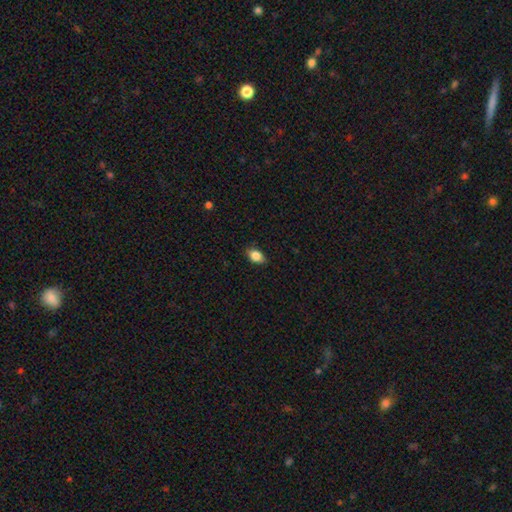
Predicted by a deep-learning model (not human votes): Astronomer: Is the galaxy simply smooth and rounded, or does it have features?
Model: smooth — 85%.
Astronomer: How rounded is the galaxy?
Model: in between — 84%.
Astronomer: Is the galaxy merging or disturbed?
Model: none — 84%.